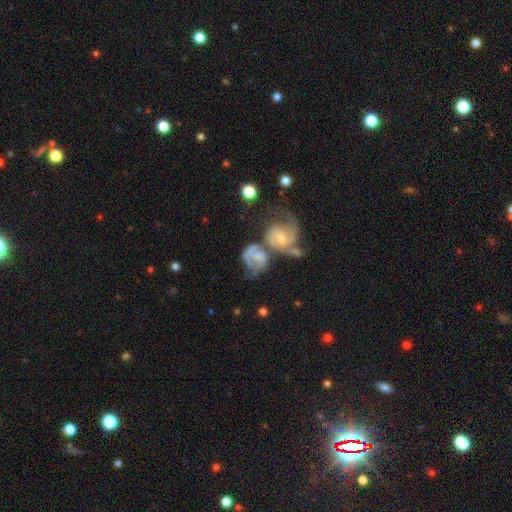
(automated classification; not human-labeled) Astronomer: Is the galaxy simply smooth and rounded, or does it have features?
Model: featured or disk — 67%.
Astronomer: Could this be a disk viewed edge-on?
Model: no — 97%.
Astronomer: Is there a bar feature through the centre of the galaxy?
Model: no — 63%.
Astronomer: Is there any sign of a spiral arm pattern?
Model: yes — 84%.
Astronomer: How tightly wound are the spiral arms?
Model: medium — 43% (runner-up: tight, 41%).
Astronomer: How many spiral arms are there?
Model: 2 — 54%.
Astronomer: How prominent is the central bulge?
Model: small — 40% (runner-up: moderate, 38%).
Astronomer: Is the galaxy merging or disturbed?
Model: merger — 63%.